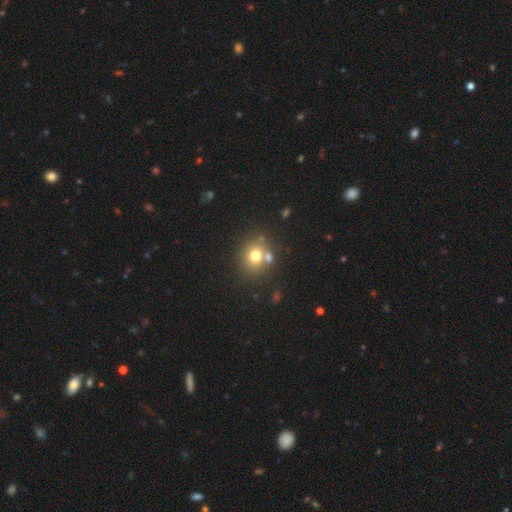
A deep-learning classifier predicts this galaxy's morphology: Overall: smooth (72%). How rounded: round (78%). Merging: none (64%).